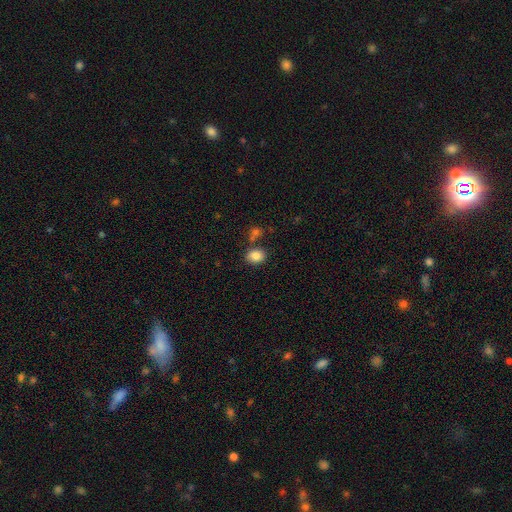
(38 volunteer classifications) A smooth galaxy with no disk features (84%) that is in between round and cigar-shaped (66%).

Vote fractions:
- Smooth or featured? smooth: 84% / featured or disk: 8% / star or artifact: 8%
- How rounded? in between: 66% / round: 34% / cigar-shaped: 0%
- Merging? none: 86% / merger: 9% / major disturbance: 6% / minor disturbance: 0%